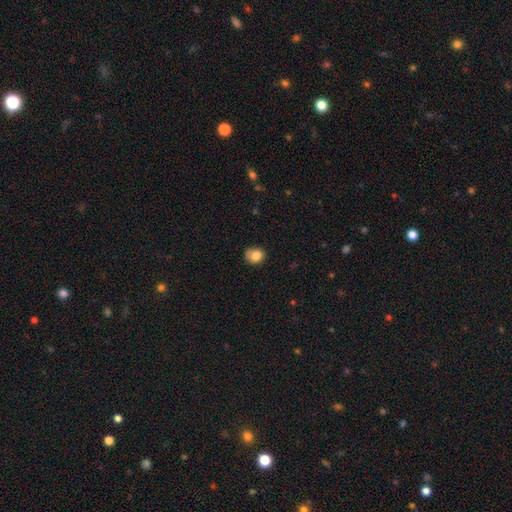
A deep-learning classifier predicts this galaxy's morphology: A smooth galaxy with no disk features (82%) that is round (69%).

Vote fractions:
- Smooth or featured? smooth: 82% / star or artifact: 10% / featured or disk: 8%
- How rounded? round: 69% / in between: 31% / cigar-shaped: 1%
- Merging? none: 67% / minor disturbance: 26% / major disturbance: 5% / merger: 2%